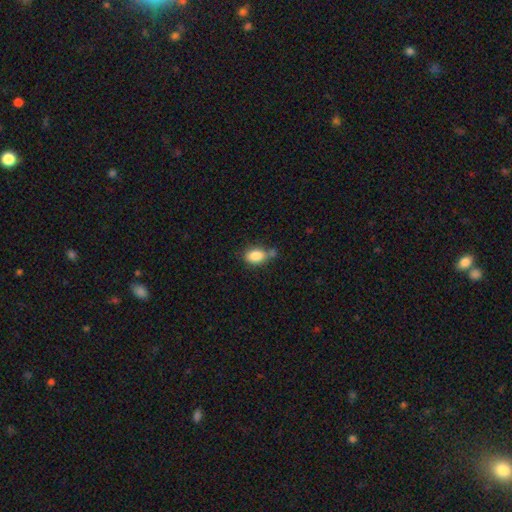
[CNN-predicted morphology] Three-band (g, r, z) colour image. It shows a smooth galaxy with no disk features (85%) that is in between round and cigar-shaped (81%). Merging: none (50%).